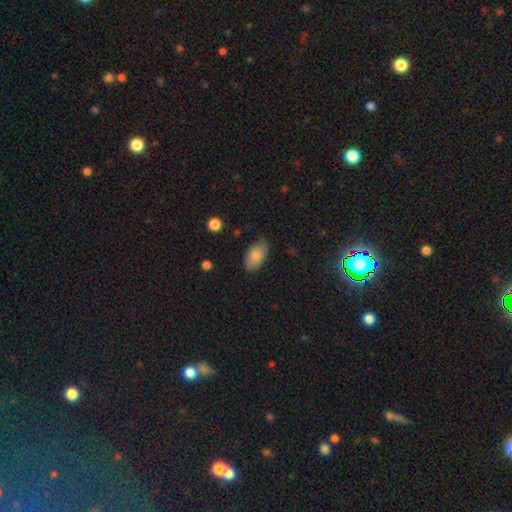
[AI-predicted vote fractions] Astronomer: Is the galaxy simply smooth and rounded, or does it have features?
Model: smooth — 82%.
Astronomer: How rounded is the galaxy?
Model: in between — 93%.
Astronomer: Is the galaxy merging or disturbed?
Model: none — 79%.